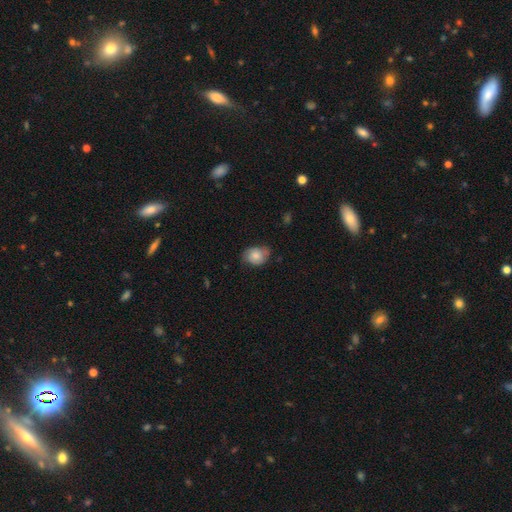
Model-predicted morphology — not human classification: Overall: smooth (72%). How rounded: in between (57%; round 42%). Merging: none (59%; minor disturbance 32%).